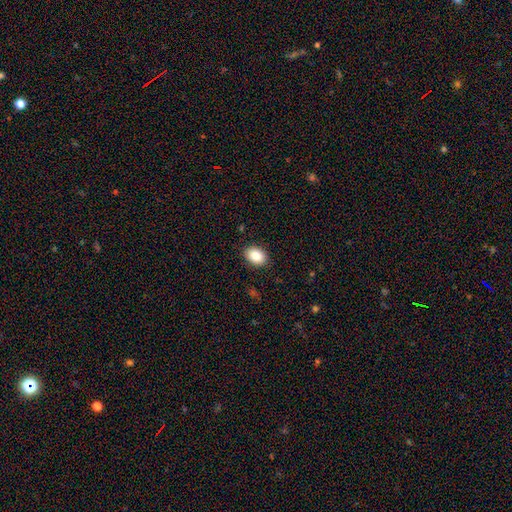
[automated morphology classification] The model was most divided on "how rounded": in between: 78%, round: 21%, cigar-shaped: 1%. More confident: merging — none (89%); smooth or featured — smooth (86%).